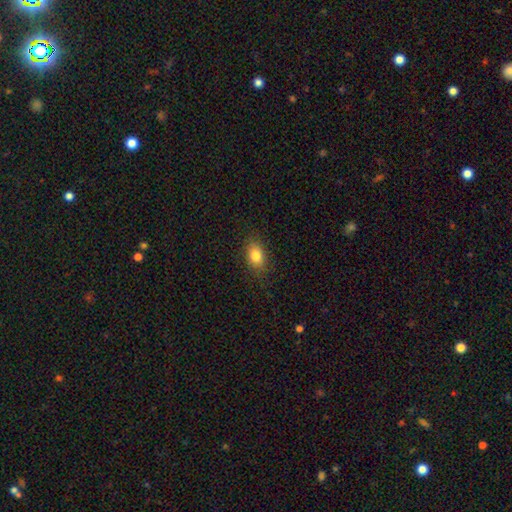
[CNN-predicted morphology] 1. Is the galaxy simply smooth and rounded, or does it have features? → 83% smooth, 9% star or artifact, 8% featured or disk.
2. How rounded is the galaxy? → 82% in between, 16% round, 2% cigar-shaped.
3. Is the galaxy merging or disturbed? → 86% none, 11% minor disturbance, 3% major disturbance, 1% merger.